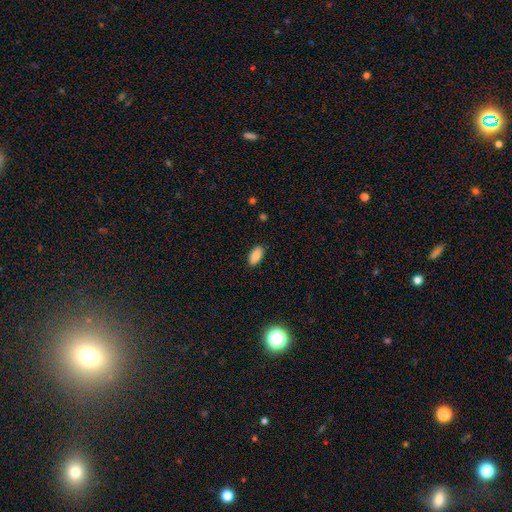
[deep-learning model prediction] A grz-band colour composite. It shows a smooth galaxy with no disk features (84%) that is in between round and cigar-shaped (91%). Merging: none (88%).